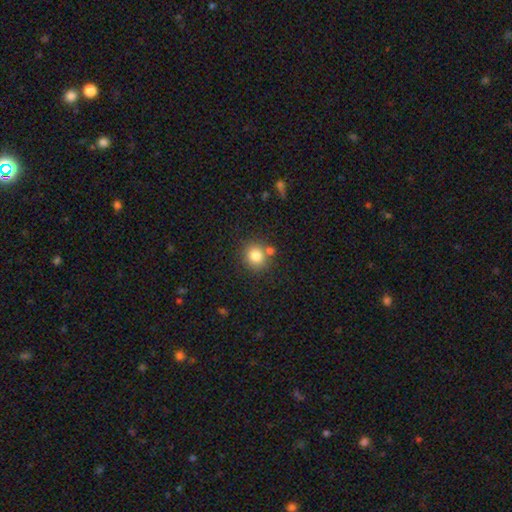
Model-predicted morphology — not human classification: Smooth or featured?
  - smooth: 81% *
  - star or artifact: 12%
  - featured or disk: 8%
How rounded?
  - round: 88% *
  - in between: 11%
  - cigar-shaped: 1%
Merging?
  - none: 75% *
  - merger: 13%
  - minor disturbance: 10%
  - major disturbance: 3%